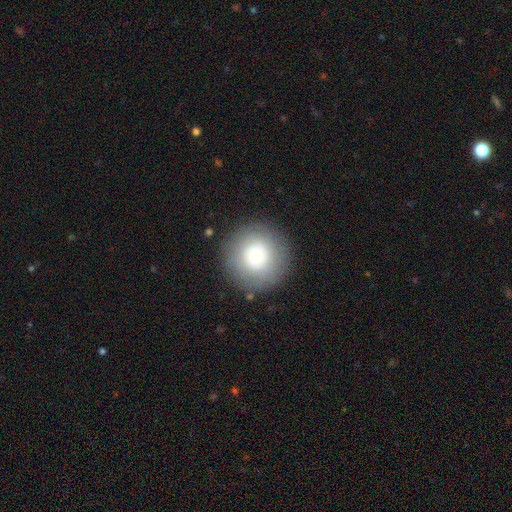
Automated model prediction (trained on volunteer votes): This is likely a smooth galaxy (76%). How rounded: clearly round (95%). Merging: clearly none (88%).